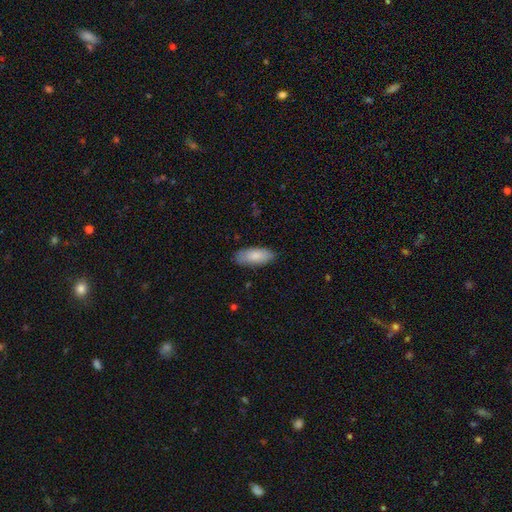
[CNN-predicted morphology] The model was most divided on "merging": none: 83%, minor disturbance: 14%, major disturbance: 3%, merger: 1%. More confident: how rounded — in between (85%); smooth or featured — smooth (84%).